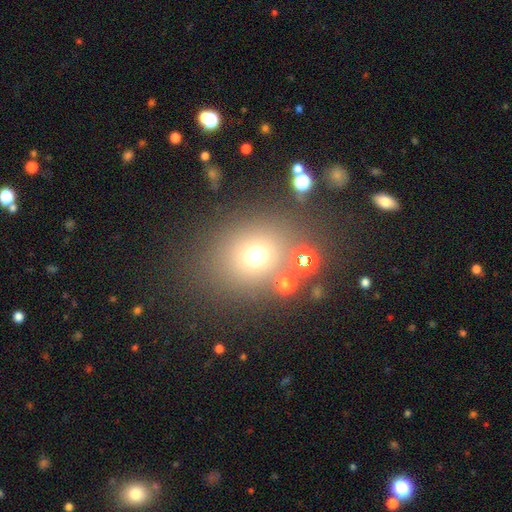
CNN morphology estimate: This is likely a smooth galaxy (67%). How rounded: likely round (78%). Merging: likely none (74%).